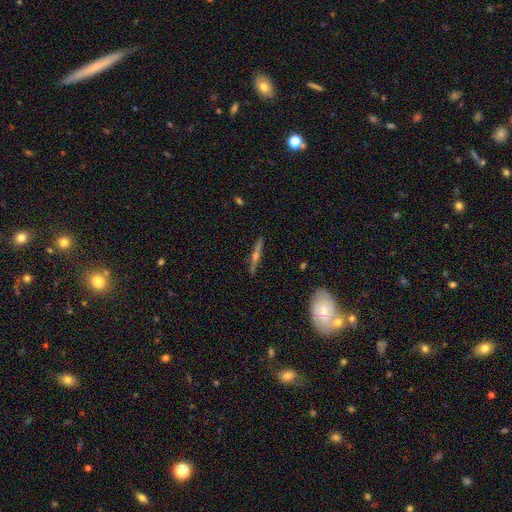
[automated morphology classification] Smooth or featured? featured or disk (71%)
Edge-on disk? yes (95%)
Edge-on bulge? rounded (88%)
Merging? none (87%)